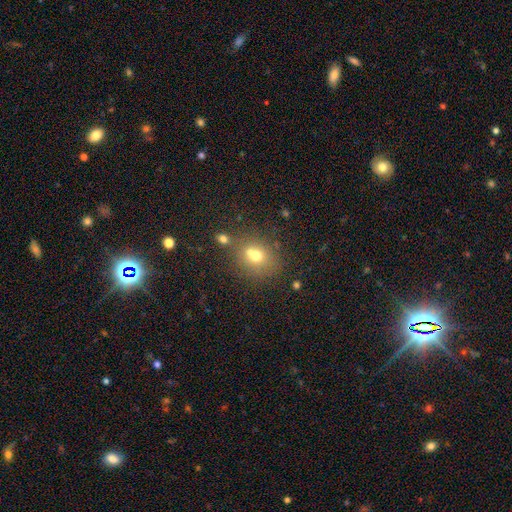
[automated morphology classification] This is likely a smooth galaxy (65%). How rounded: likely round (70%). Merging: possibly none (47%).